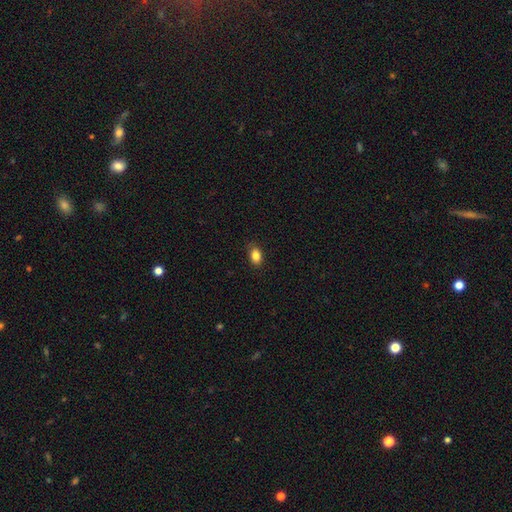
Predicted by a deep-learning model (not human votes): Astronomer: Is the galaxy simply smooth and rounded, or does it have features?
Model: smooth — 86%.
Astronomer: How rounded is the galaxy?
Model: in between — 81%.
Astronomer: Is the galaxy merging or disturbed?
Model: none — 84%.